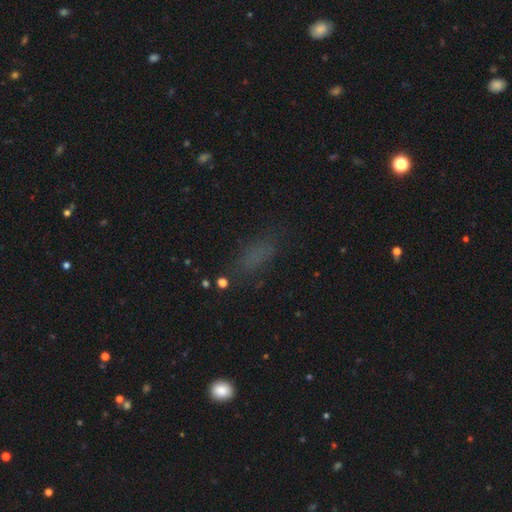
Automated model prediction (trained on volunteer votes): A smooth galaxy with no disk features (64%) that is in between round and cigar-shaped (68%). Merging: none (72%).